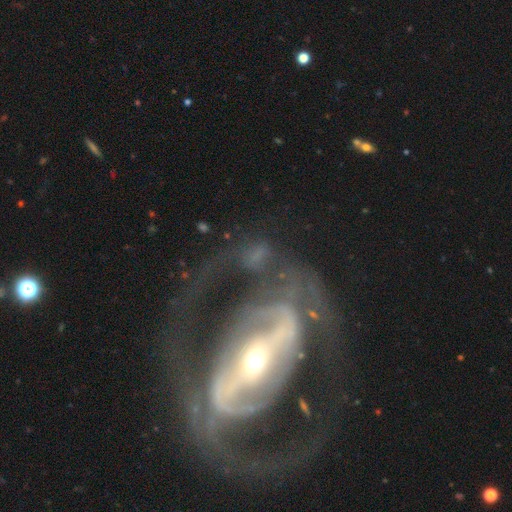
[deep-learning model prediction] This is likely a featured or disk galaxy (62%). It is clearly not viewed edge-on (91%). Bar: marginally no (43%). Spiral arm pattern: likely yes (64%). Central bulge: possibly moderate (45%). Merging: marginally major disturbance (37%).